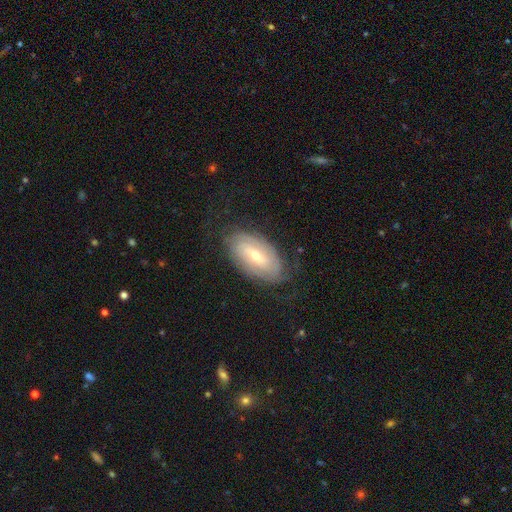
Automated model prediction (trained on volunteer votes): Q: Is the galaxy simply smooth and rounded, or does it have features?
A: featured or disk — 71%.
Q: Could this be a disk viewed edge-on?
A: no — 91%.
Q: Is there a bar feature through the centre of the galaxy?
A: weak — 44%.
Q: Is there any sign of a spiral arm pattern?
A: yes — 83%.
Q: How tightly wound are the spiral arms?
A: tight — 67%.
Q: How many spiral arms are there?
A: can't tell — 46%.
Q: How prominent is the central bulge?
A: small — 54%.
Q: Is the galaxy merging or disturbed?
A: none — 75%.